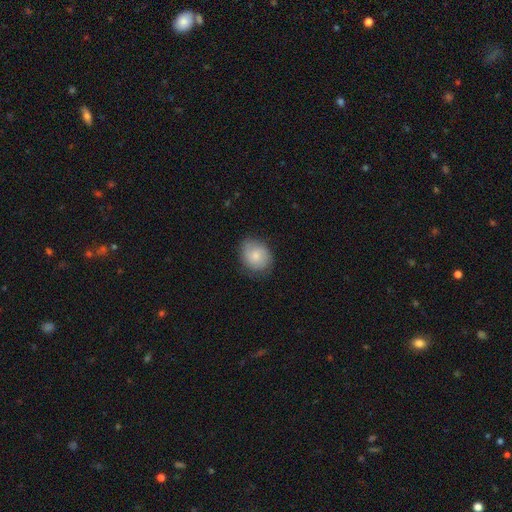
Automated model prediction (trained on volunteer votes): Smooth or featured? smooth (58%)
How rounded? round (58%)
Merging? none (78%)